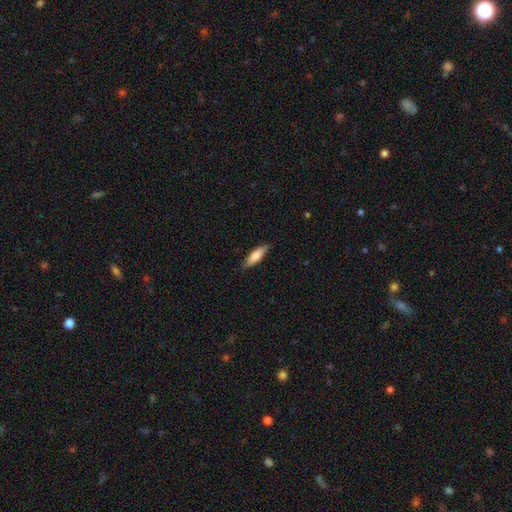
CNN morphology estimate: A smooth galaxy with no disk features (76%) that is cigar-shaped (58%). Merging: none (85%).